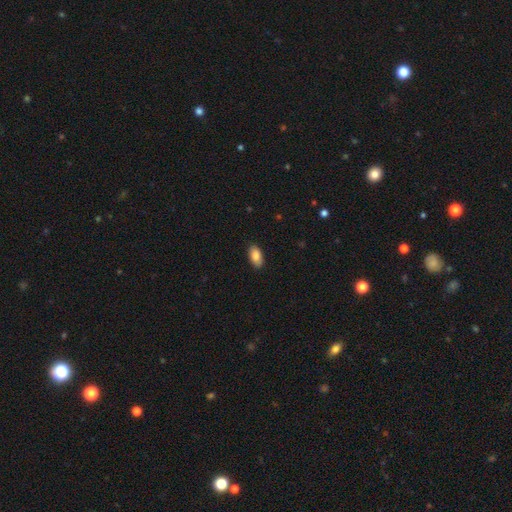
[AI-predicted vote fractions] smooth-or-featured: smooth: 86% | featured or disk: 8% | star or artifact: 7%
  how-rounded: in between: 92% | cigar-shaped: 5% | round: 3%
  merging: none: 88% | minor disturbance: 9% | major disturbance: 2% | merger: 1%